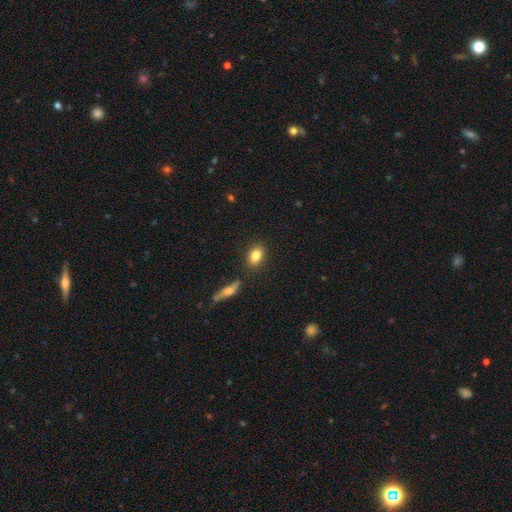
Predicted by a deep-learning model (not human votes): Smooth or featured: smooth — 83% (featured or disk — 9%)
How rounded: in between — 78% (round — 18%)
Merging: none — 81% (minor disturbance — 10%)